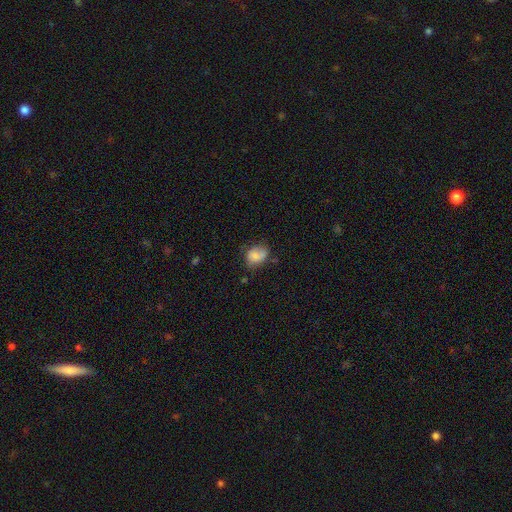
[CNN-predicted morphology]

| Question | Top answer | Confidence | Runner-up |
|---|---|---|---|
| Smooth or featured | smooth | 70% | featured or disk (21%) |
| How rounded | in between | 53% | round (46%) |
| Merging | none | 50% | minor disturbance (33%) |